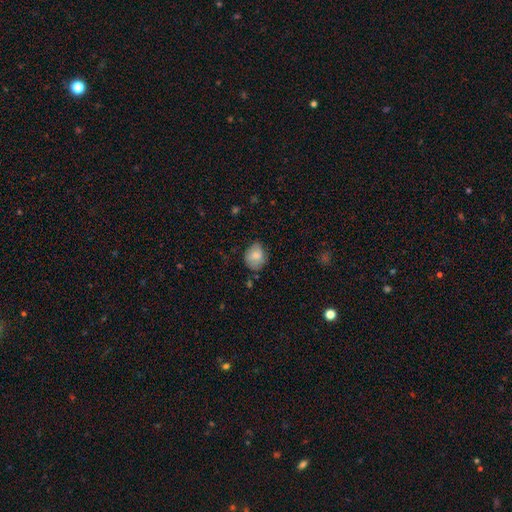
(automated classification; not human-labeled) Morphology: type=smooth (76%); roundness=in between (51%); merging=none (67%).